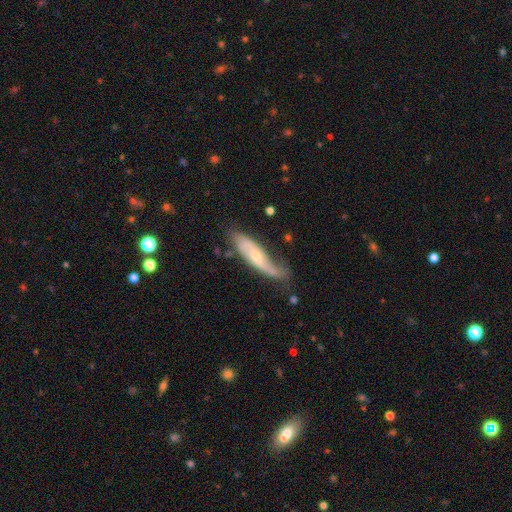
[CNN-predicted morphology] A featured or disk galaxy (62%). Merging: none (50%).